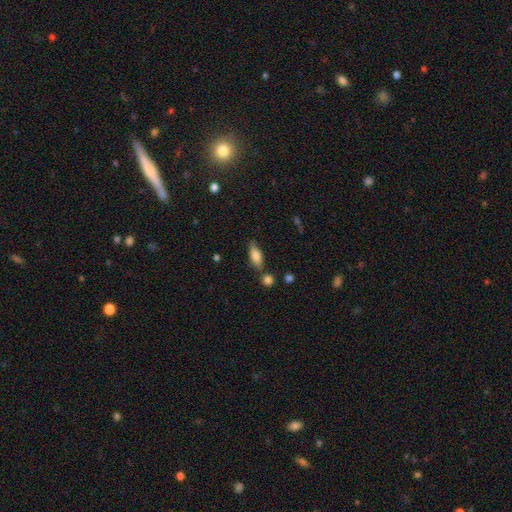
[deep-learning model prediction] Morphology: type=smooth (79%); roundness=in between (72%); merging=none (71%).